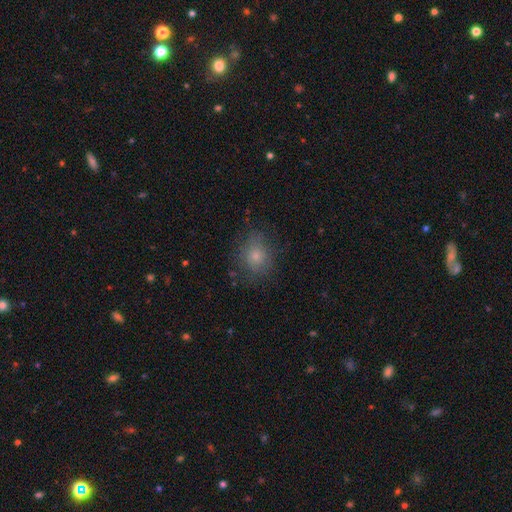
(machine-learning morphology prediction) Overall: smooth (72%). How rounded: round (65%; in between 34%). Merging: none (71%).